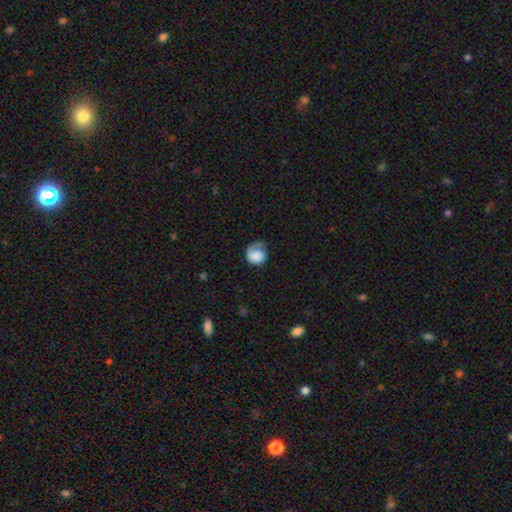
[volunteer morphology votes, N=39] Q: Smooth or featured?
A: smooth (69%); runner-up: featured or disk (23%)
Q: How rounded?
A: round (81%); runner-up: in between (19%)
Q: Merging?
A: none (44%); runner-up: minor disturbance (31%)